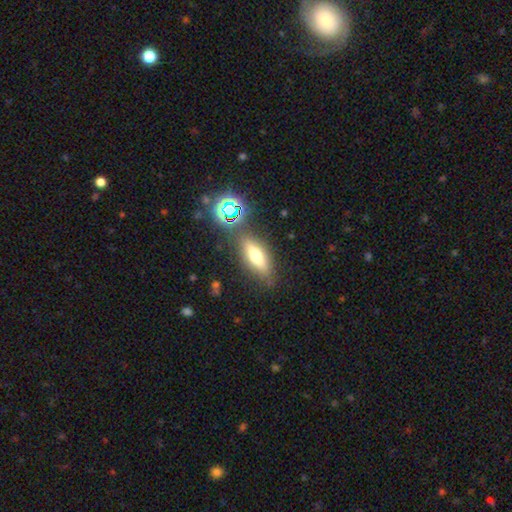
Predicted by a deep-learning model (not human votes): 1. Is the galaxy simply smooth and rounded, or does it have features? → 54% smooth, 33% featured or disk, 14% star or artifact.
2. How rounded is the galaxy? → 55% in between, 40% cigar-shaped, 5% round.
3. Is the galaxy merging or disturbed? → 79% none, 12% minor disturbance, 6% merger, 4% major disturbance.